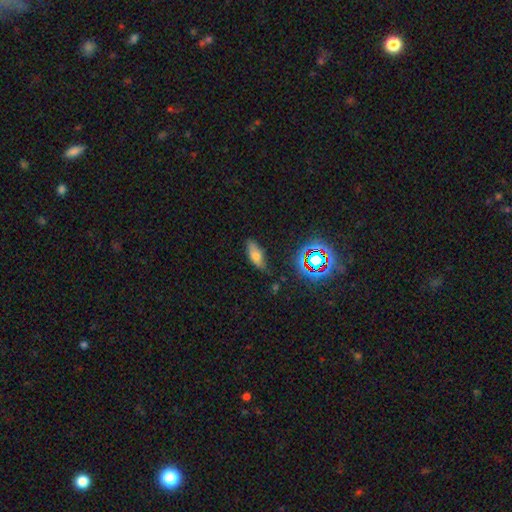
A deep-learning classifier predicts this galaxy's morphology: This appears to be a smooth galaxy with no disk features (66%) that is in between round and cigar-shaped (74%). Merging: none (72%).